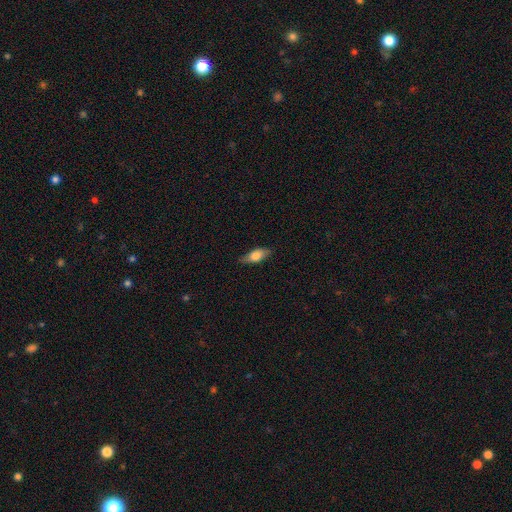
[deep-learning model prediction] Smooth or featured: smooth — 71% (featured or disk — 23%)
How rounded: in between — 75% (cigar-shaped — 21%)
Merging: none — 80% (minor disturbance — 16%)